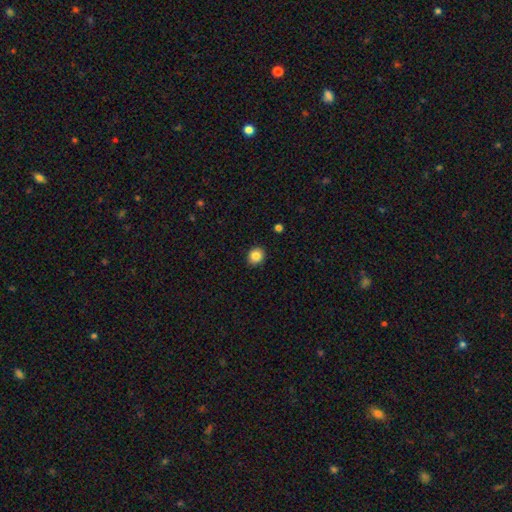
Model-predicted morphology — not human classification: Overall: smooth (85%). How rounded: round (79%). Merging: none (90%).